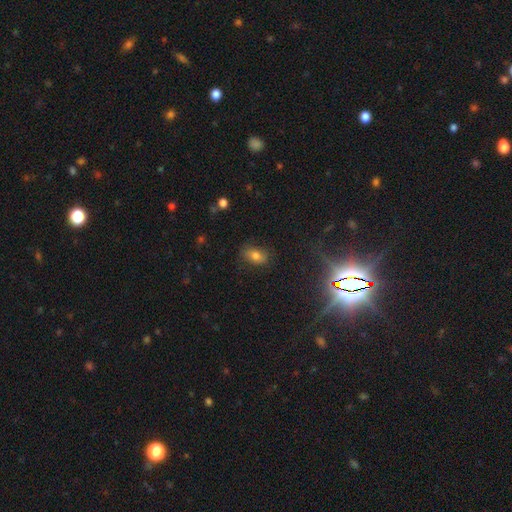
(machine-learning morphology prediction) A smooth galaxy with no disk features (72%) that is in between round and cigar-shaped (83%). Merging: none (79%).